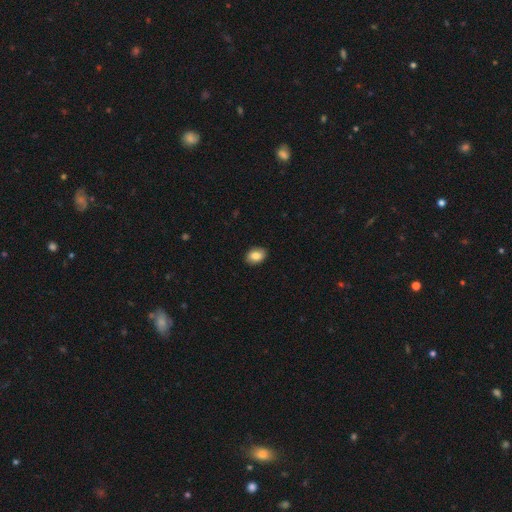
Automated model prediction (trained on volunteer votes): Smooth or featured? smooth (84%)
How rounded? in between (78%)
Merging? none (89%)